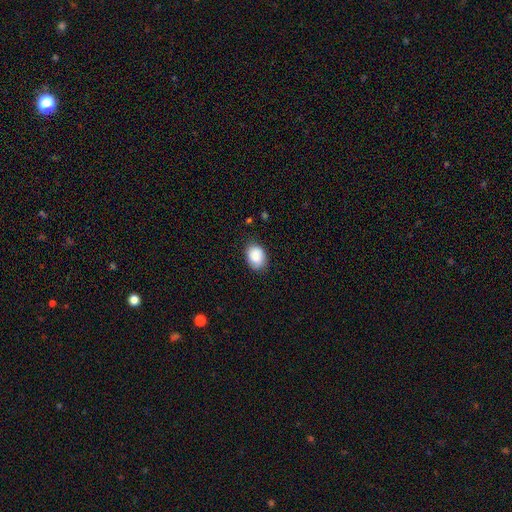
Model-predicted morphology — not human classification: smooth 87%, star or artifact 7%, featured or disk 6%. Down the decision tree: how rounded — in between (75%); merging — none (82%).